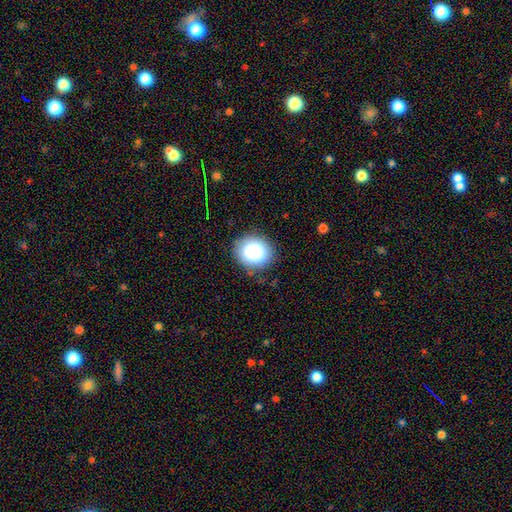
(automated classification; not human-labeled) This appears to be a smooth galaxy with no disk features (86%) that is round (71%). Merging: none (84%).